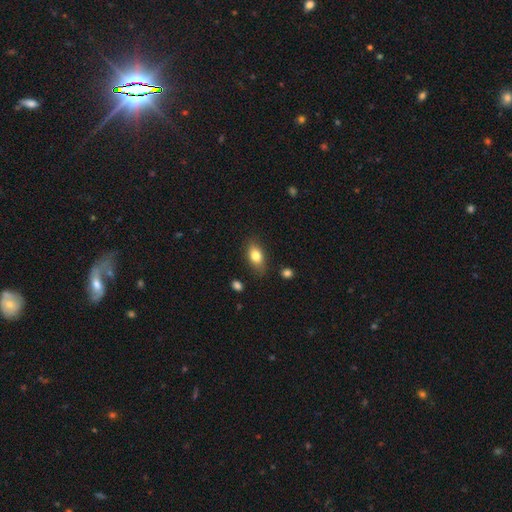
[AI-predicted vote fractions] Smooth or featured? Predicted: smooth (p=0.80). How rounded? Predicted: in between (p=0.85). Merging? Predicted: none (p=0.80).